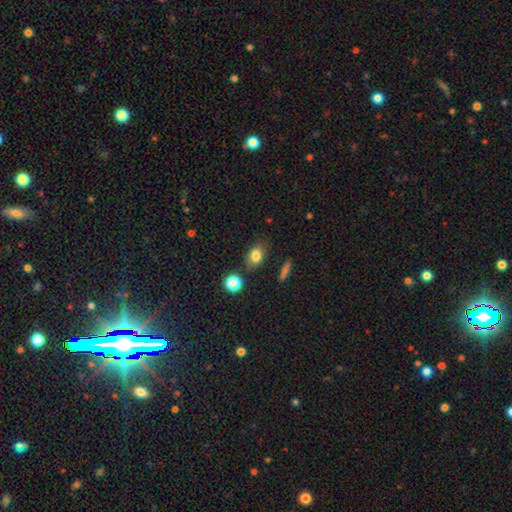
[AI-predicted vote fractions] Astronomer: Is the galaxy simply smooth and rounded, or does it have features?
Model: smooth — 81%.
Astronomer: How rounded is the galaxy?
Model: in between — 75%.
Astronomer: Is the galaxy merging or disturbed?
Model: none — 77%.